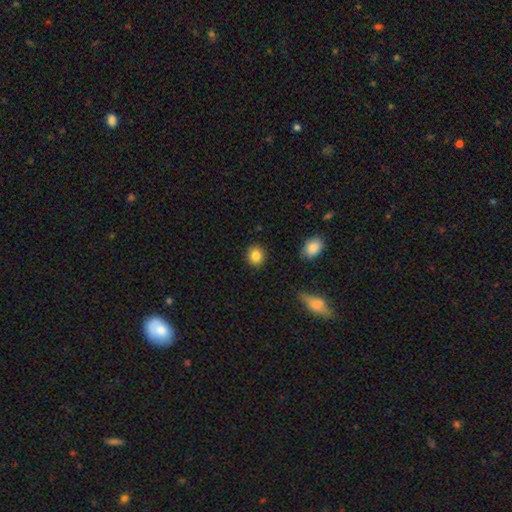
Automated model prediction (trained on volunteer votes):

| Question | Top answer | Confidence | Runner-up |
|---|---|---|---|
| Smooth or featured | smooth | 85% | star or artifact (9%) |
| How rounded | round | 74% | in between (25%) |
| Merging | none | 89% | minor disturbance (7%) |